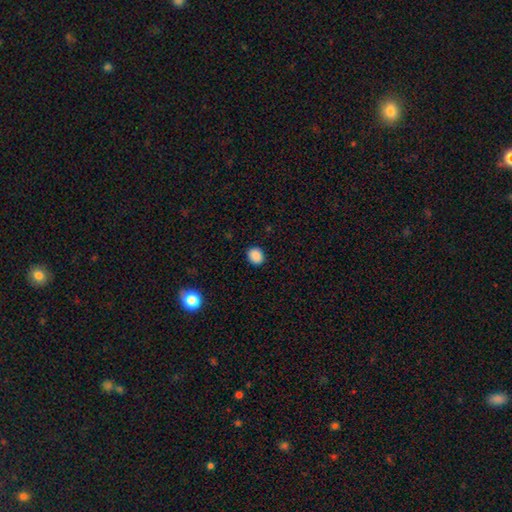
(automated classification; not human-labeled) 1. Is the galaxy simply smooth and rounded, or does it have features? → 88% smooth, 9% star or artifact, 3% featured or disk.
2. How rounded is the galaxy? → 62% round, 37% in between, 1% cigar-shaped.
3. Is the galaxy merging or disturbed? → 90% none, 7% minor disturbance, 2% major disturbance, 1% merger.